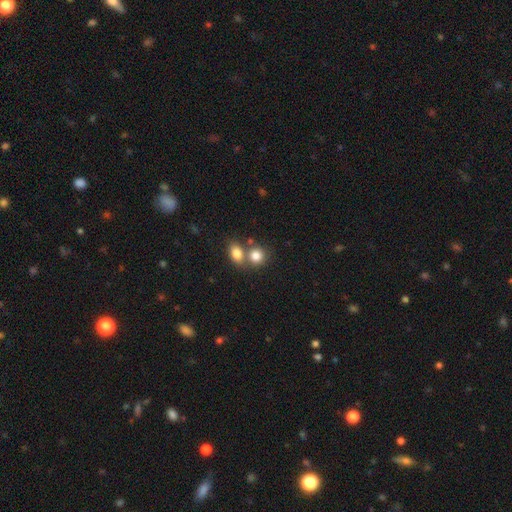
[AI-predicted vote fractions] Smooth or featured? smooth (82%)
How rounded? round (70%)
Merging? merger (45%)